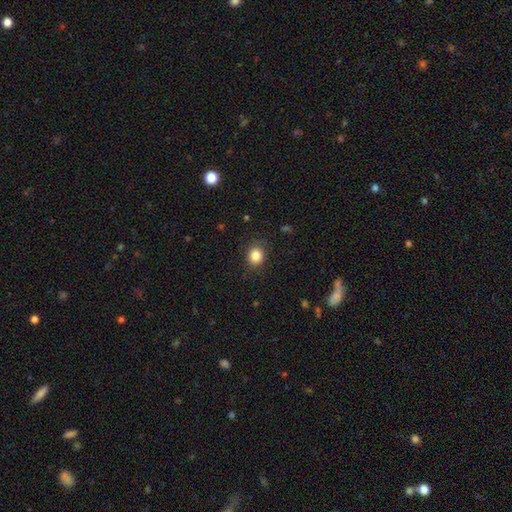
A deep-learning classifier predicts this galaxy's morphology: smooth-or-featured: smooth: 84% | star or artifact: 11% | featured or disk: 5%
  how-rounded: round: 71% | in between: 29% | cigar-shaped: 1%
  merging: none: 84% | minor disturbance: 12% | major disturbance: 3% | merger: 1%